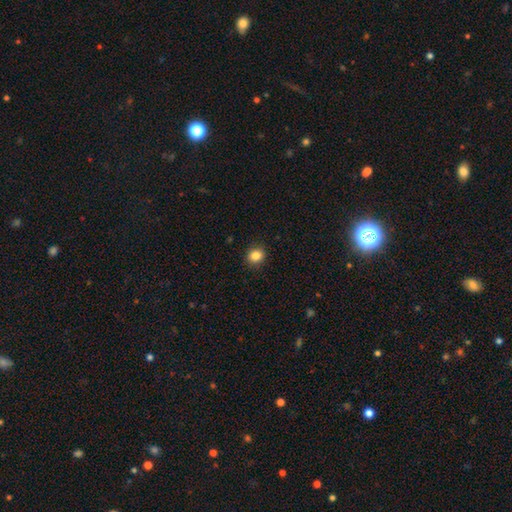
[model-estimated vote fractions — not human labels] The model was most divided on "how rounded": round: 81%, in between: 18%, cigar-shaped: 1%. More confident: merging — none (90%); smooth or featured — smooth (85%).